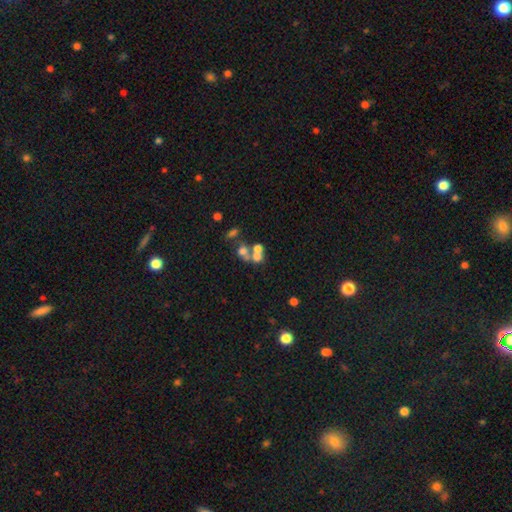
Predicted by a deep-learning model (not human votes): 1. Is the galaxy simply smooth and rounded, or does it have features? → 45% smooth, 29% featured or disk, 26% star or artifact.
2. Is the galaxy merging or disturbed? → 52% merger, 34% none, 7% minor disturbance, 7% major disturbance.